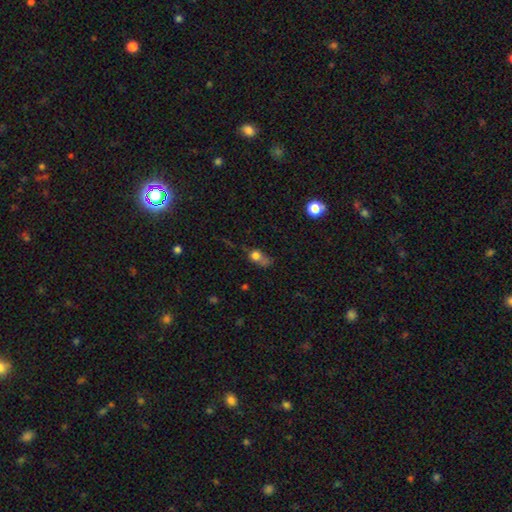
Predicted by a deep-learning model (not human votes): smooth_or_featured: smooth (p=0.68) [alt: star or artifact p=0.18]
how_rounded: round (p=0.62) [alt: in between p=0.34]
merging: none (p=0.32) [alt: major disturbance p=0.25]